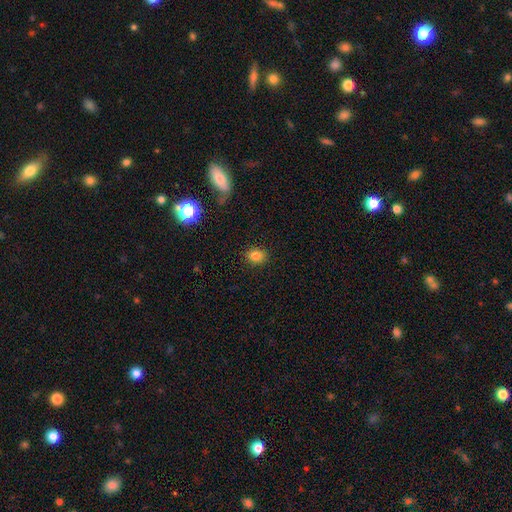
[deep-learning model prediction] This appears to be a smooth galaxy with no disk features (83%) that is round (57%). Merging: none (89%).